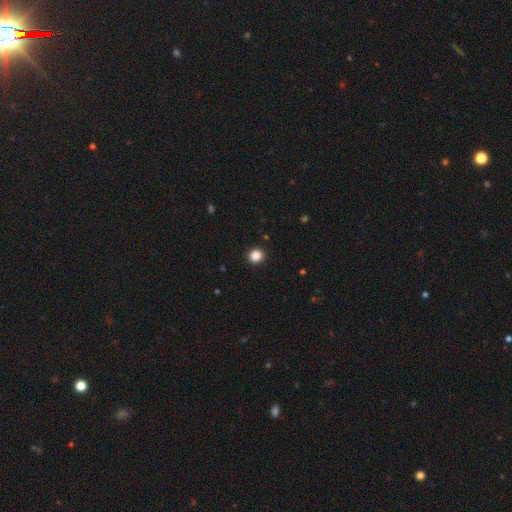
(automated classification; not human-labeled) The model was most divided on "smooth or featured": smooth: 86%, star or artifact: 12%, featured or disk: 3%. More confident: merging — none (93%); how rounded — round (93%).